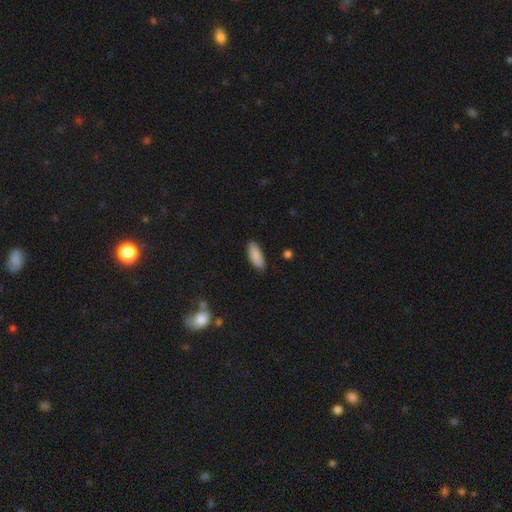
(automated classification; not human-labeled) The model was most divided on "how rounded": in between: 77%, cigar-shaped: 22%, round: 2%. More confident: smooth or featured — smooth (89%); merging — none (85%).